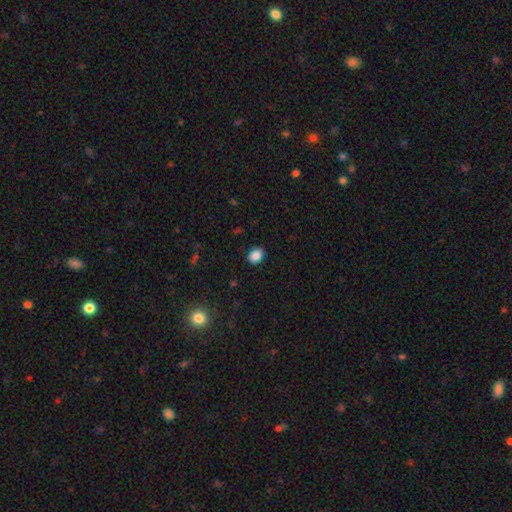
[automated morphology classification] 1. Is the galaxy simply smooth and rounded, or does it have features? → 87% smooth, 9% star or artifact, 3% featured or disk.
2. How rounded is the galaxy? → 57% in between, 42% round, 1% cigar-shaped.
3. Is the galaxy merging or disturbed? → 88% none, 9% minor disturbance, 2% major disturbance, 1% merger.